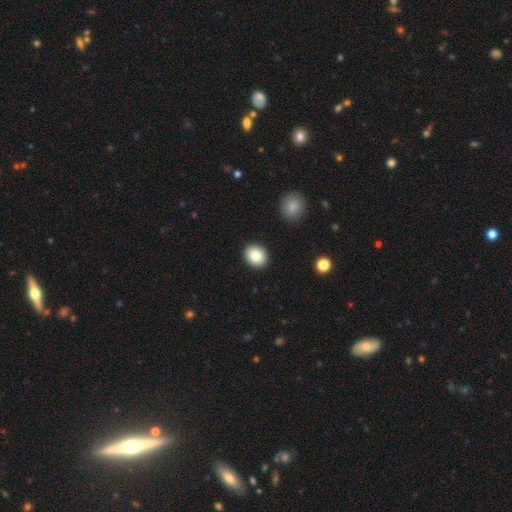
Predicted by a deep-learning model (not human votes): The model was most divided on "how rounded": round: 60%, in between: 39%, cigar-shaped: 1%. More confident: merging — none (91%); smooth or featured — smooth (85%).